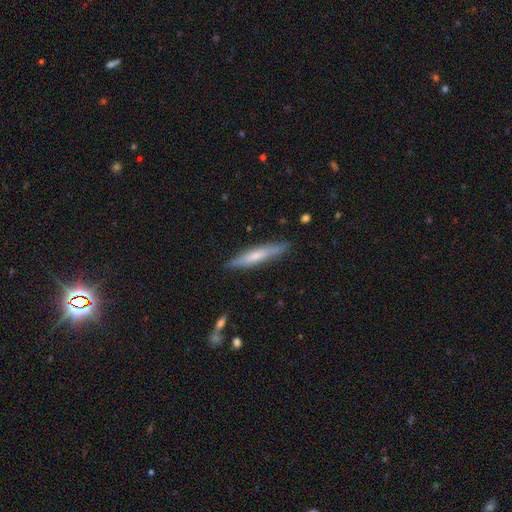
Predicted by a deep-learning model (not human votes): This is possibly a smooth galaxy (56%). How rounded: clearly cigar-shaped (91%). Merging: clearly none (87%).